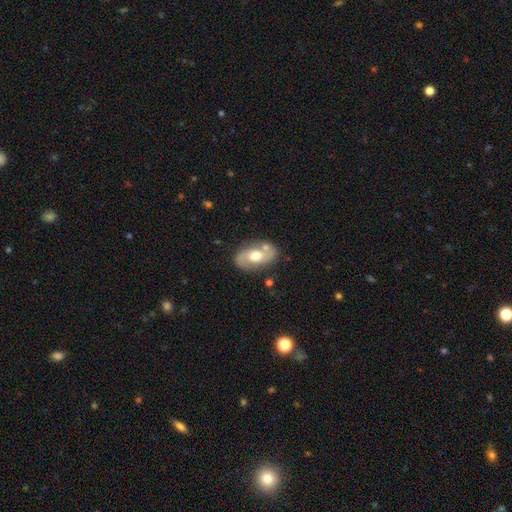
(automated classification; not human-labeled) Morphology: type=featured or disk (62%); edge-on=no (94%); bar=no (62%); spiral arms=yes (74%); bulge=moderate (72%); merging=none (73%).